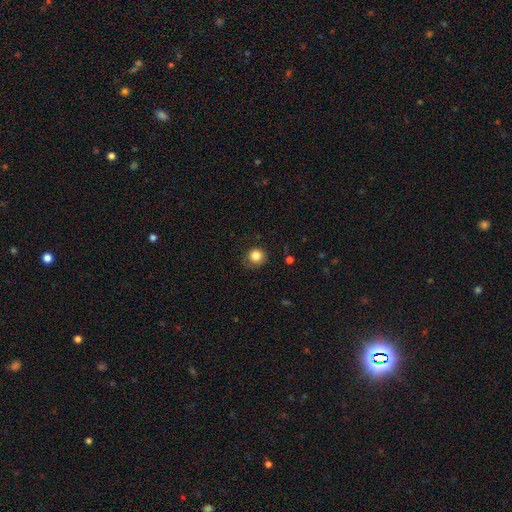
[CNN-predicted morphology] smooth-or-featured: smooth: 84% | star or artifact: 10% | featured or disk: 5%
  how-rounded: round: 90% | in between: 9% | cigar-shaped: 1%
  merging: none: 76% | minor disturbance: 17% | major disturbance: 6% | merger: 1%